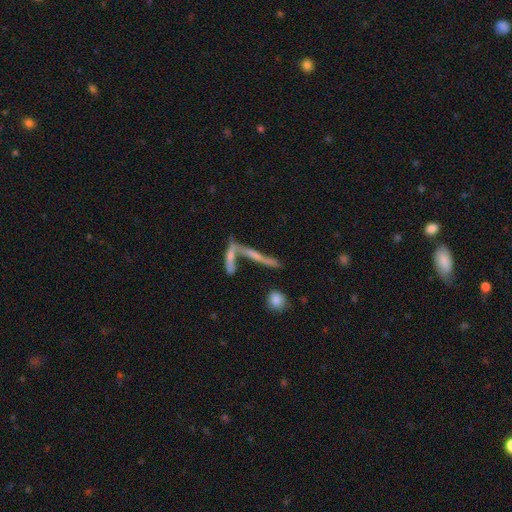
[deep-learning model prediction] smooth_or_featured: featured or disk (p=0.56) [alt: smooth p=0.32]
disk_edge_on: yes (p=0.67) [alt: no p=0.33]
merging: merger (p=0.44) [alt: none p=0.35]